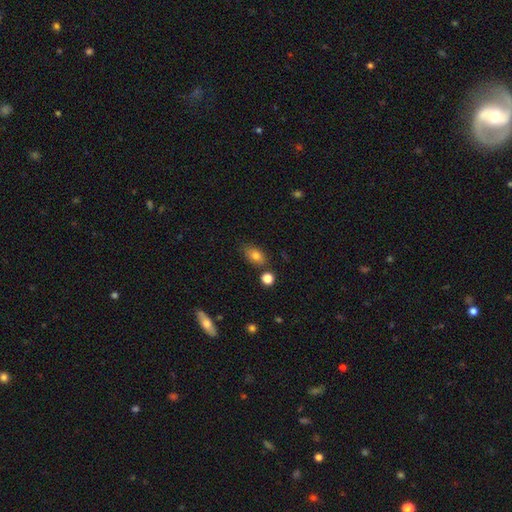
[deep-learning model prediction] This appears to be a smooth galaxy with no disk features (79%) that is in between round and cigar-shaped (82%). Merging: none (73%).